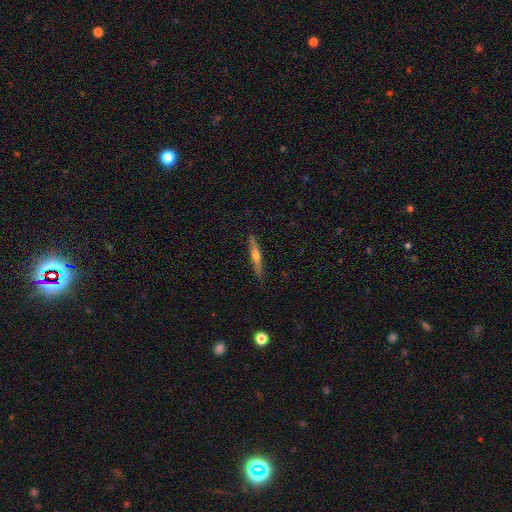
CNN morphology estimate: featured or disk 60%, smooth 34%, star or artifact 6%. Down the decision tree: edge-on disk — yes (96%); edge-on bulge — rounded (89%); merging — none (89%).